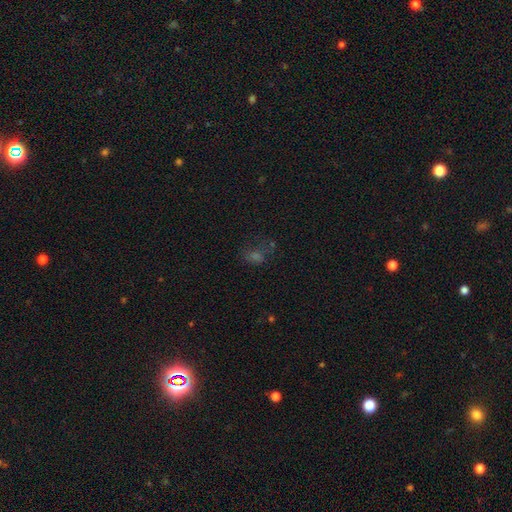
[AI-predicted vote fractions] A smooth galaxy with no disk features (44%).

Vote fractions:
- Smooth or featured? smooth: 44% / star or artifact: 40% / featured or disk: 17%
- Merging? none: 55% / minor disturbance: 19% / major disturbance: 18% / merger: 7%